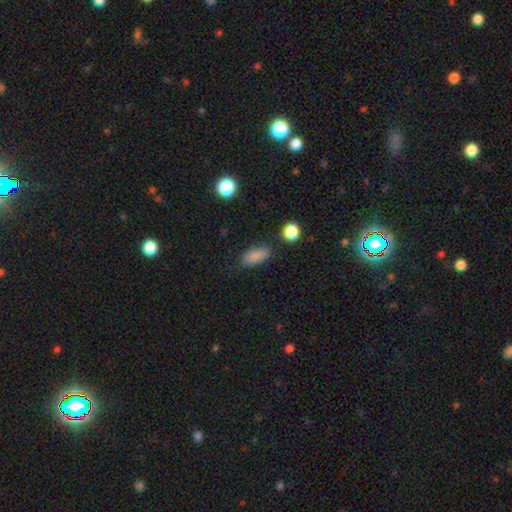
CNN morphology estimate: Smooth or featured? smooth (84%)
How rounded? in between (83%)
Merging? none (79%)